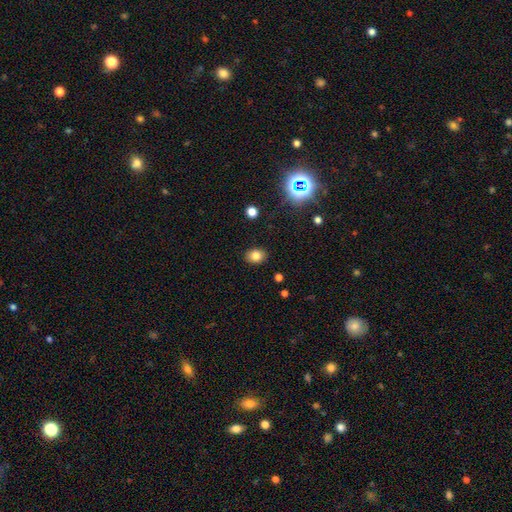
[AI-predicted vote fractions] Smooth or featured? Predicted: smooth (p=0.81). How rounded? Predicted: in between (p=0.60). Merging? Predicted: none (p=0.88).